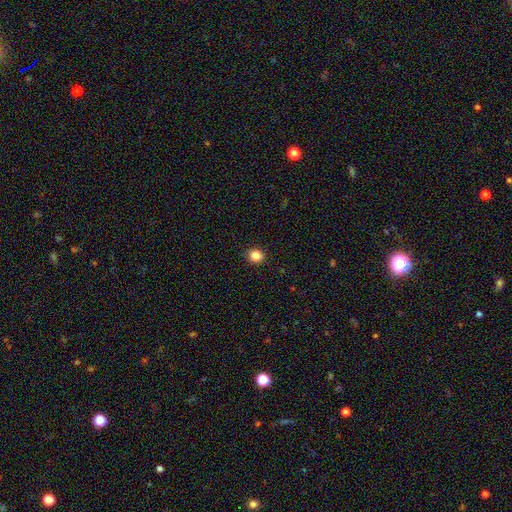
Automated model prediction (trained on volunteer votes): Overall: smooth (85%). How rounded: round (86%). Merging: none (92%).